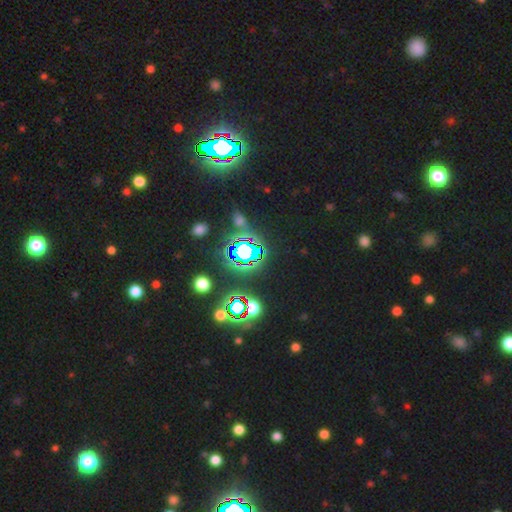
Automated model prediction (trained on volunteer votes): Smooth or featured?
  - star or artifact: 82% *
  - smooth: 11%
  - featured or disk: 7%